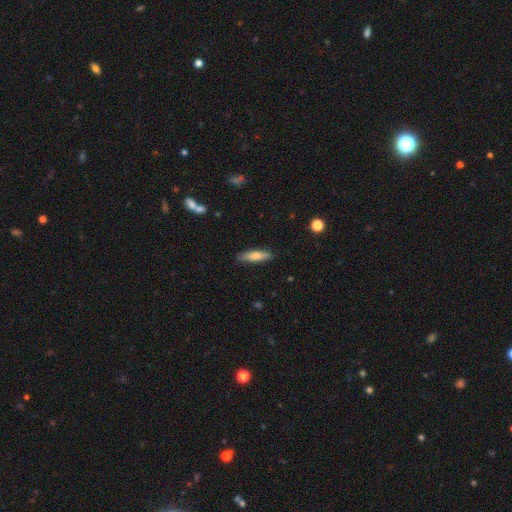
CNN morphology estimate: The model was most divided on "smooth or featured": smooth: 65%, featured or disk: 28%, star or artifact: 7%. More confident: merging — none (86%); how rounded — cigar-shaped (69%).